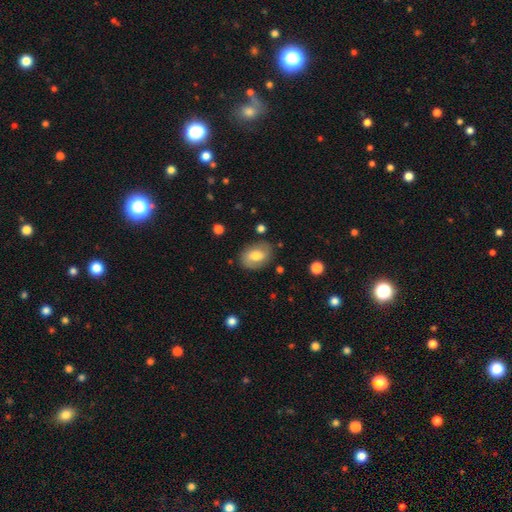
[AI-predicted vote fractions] Morphology: type=smooth (59%); roundness=in between (72%); merging=none (80%).